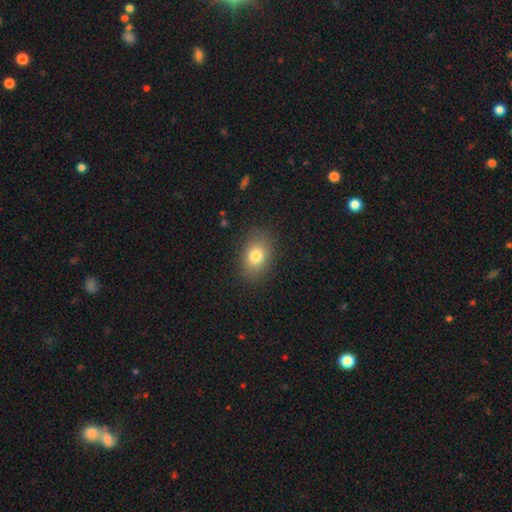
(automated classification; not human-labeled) Overall: smooth (79%). How rounded: in between (74%). Merging: none (85%).